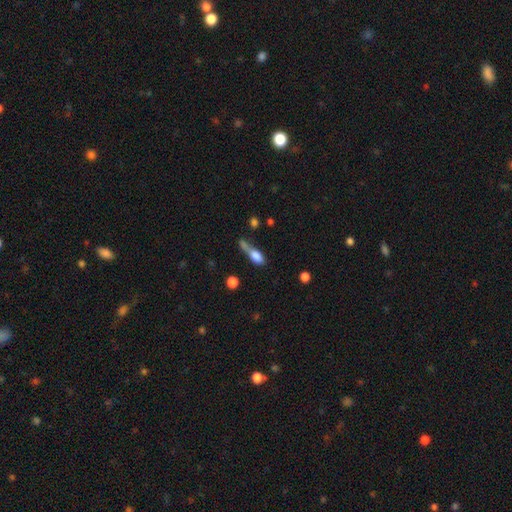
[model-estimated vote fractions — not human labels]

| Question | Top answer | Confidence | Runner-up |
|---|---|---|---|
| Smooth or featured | smooth | 75% | featured or disk (15%) |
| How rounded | in between | 66% | cigar-shaped (27%) |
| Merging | merger | 31% | none (28%) |